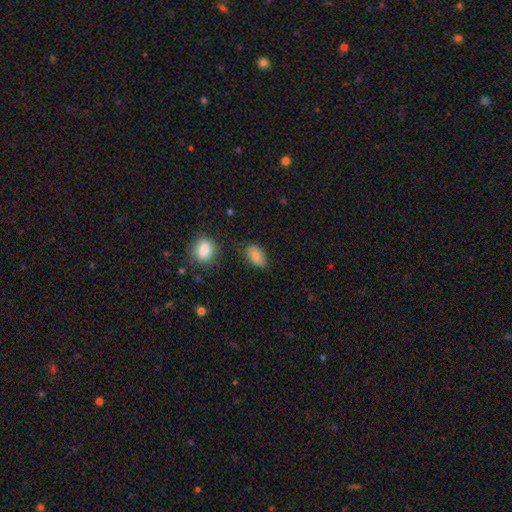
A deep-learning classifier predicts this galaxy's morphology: Smooth or featured?
  - smooth: 79% *
  - featured or disk: 12%
  - star or artifact: 9%
How rounded?
  - in between: 90% *
  - round: 7%
  - cigar-shaped: 3%
Merging?
  - none: 74% *
  - minor disturbance: 19%
  - major disturbance: 4%
  - merger: 3%